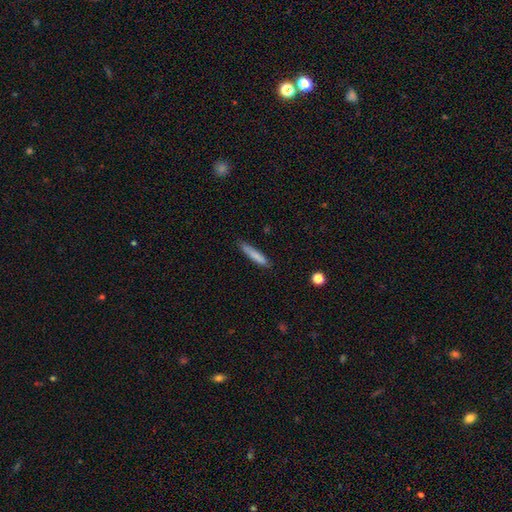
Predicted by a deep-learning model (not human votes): Q: Smooth or featured?
A: smooth (80%); runner-up: featured or disk (14%)
Q: How rounded?
A: cigar-shaped (89%); runner-up: in between (10%)
Q: Merging?
A: none (82%); runner-up: minor disturbance (14%)